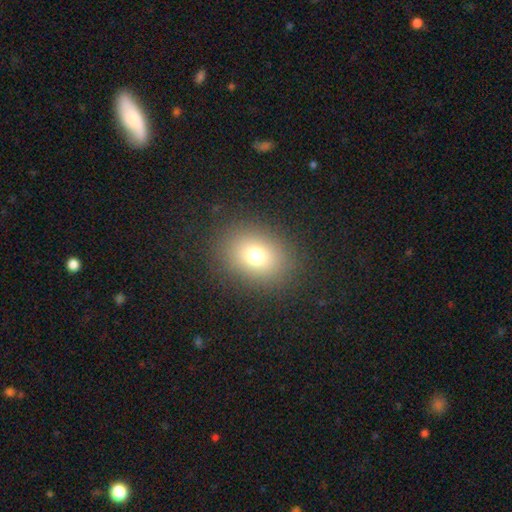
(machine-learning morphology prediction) smooth_or_featured: smooth (p=0.73) [alt: star or artifact p=0.16]
how_rounded: in between (p=0.50) [alt: round p=0.49]
merging: none (p=0.87) [alt: minor disturbance p=0.08]